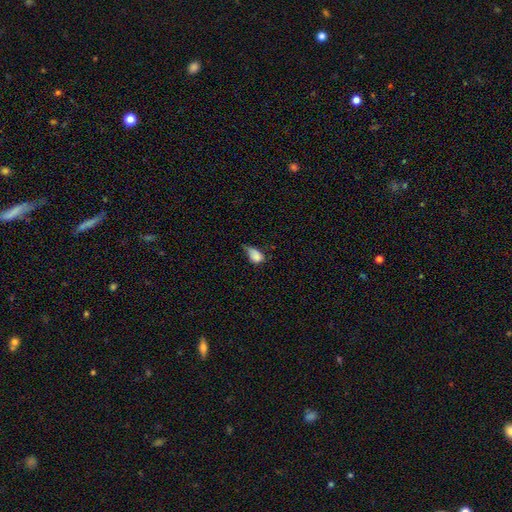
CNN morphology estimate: smooth 81%, featured or disk 10%, star or artifact 9%. Down the decision tree: how rounded — in between (85%); merging — minor disturbance (45%).